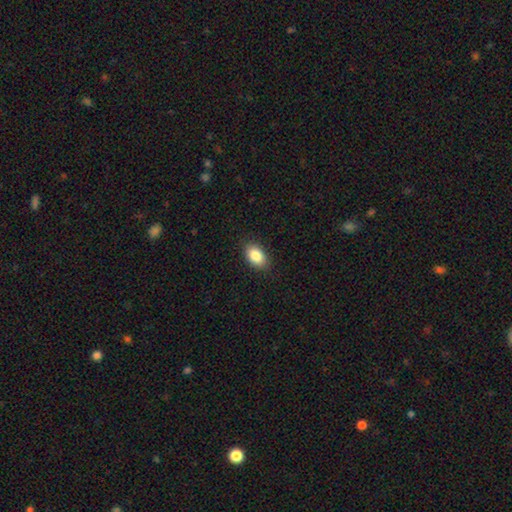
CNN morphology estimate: The model was most divided on "merging": none: 88%, minor disturbance: 9%, major disturbance: 2%, merger: 1%. More confident: how rounded — in between (91%); smooth or featured — smooth (87%).